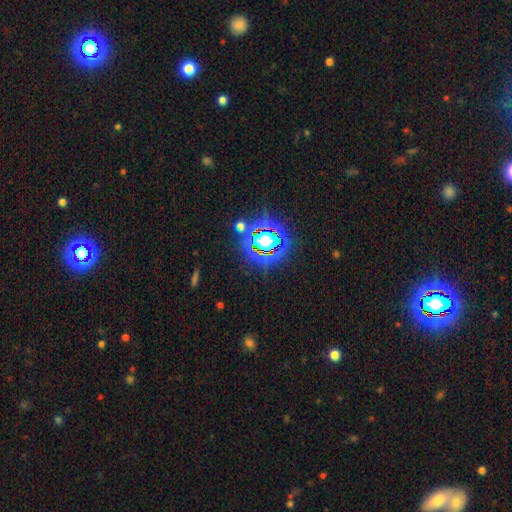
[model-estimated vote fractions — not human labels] The model was most divided on "smooth or featured": star or artifact: 82%, smooth: 11%, featured or disk: 7%.